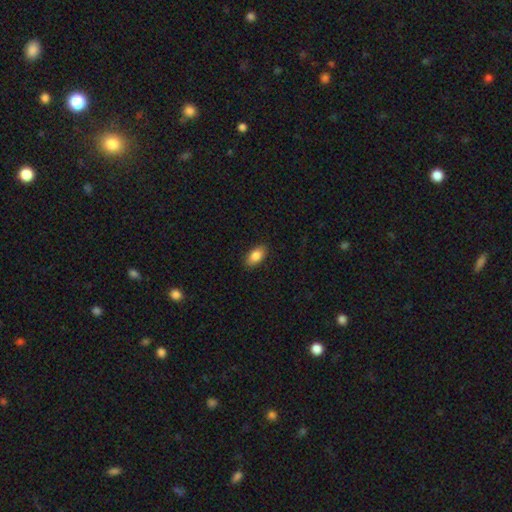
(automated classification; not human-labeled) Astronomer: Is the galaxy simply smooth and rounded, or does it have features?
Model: smooth — 85%.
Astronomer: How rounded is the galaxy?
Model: in between — 91%.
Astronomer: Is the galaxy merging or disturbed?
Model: none — 88%.